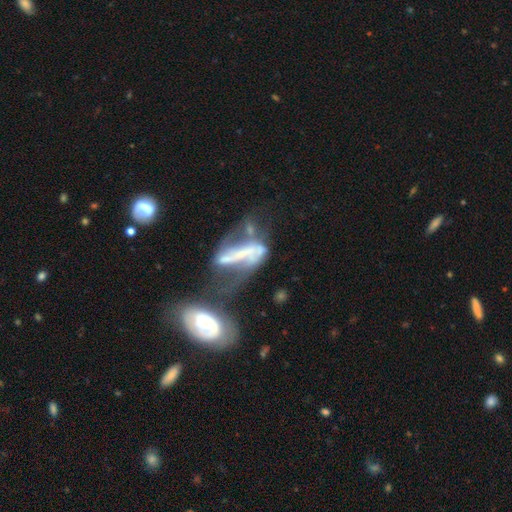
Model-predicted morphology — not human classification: A featured or disk galaxy (60%).

Vote fractions:
- Smooth or featured? featured or disk: 60% / smooth: 23% / star or artifact: 17%
- Edge-on disk? no: 76% / yes: 24%
- Merging? merger: 40% / none: 26% / major disturbance: 20% / minor disturbance: 14%